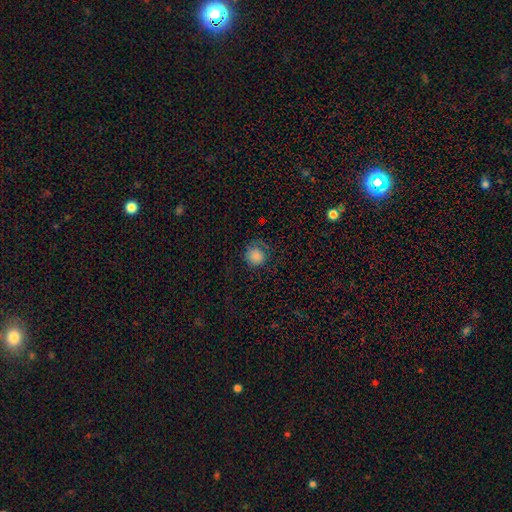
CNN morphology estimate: A smooth galaxy with no disk features (81%) that is round (91%).

Vote fractions:
- Smooth or featured? smooth: 81% / star or artifact: 12% / featured or disk: 7%
- How rounded? round: 91% / in between: 8% / cigar-shaped: 1%
- Merging? none: 75% / minor disturbance: 16% / major disturbance: 8% / merger: 1%